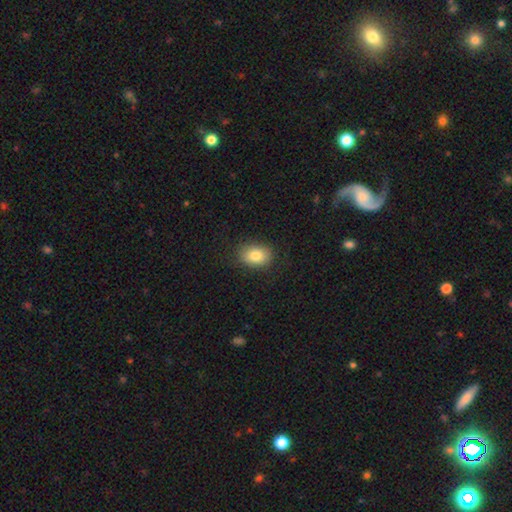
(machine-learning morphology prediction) Q: Smooth or featured?
A: smooth (82%); runner-up: featured or disk (9%)
Q: How rounded?
A: in between (74%); runner-up: round (25%)
Q: Merging?
A: none (85%); runner-up: minor disturbance (11%)